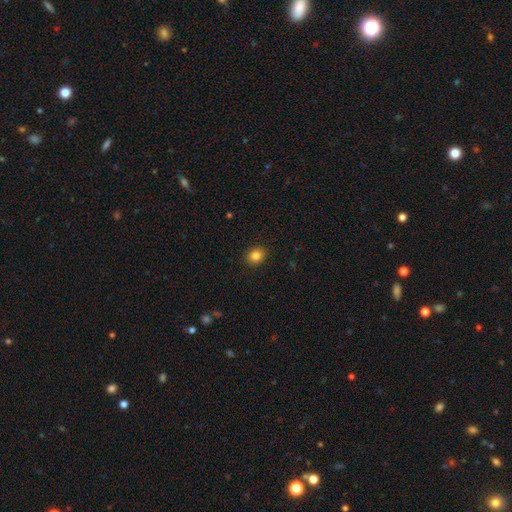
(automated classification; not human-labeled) Q: Smooth or featured?
A: smooth (84%); runner-up: star or artifact (11%)
Q: How rounded?
A: round (67%); runner-up: in between (33%)
Q: Merging?
A: none (91%); runner-up: minor disturbance (6%)